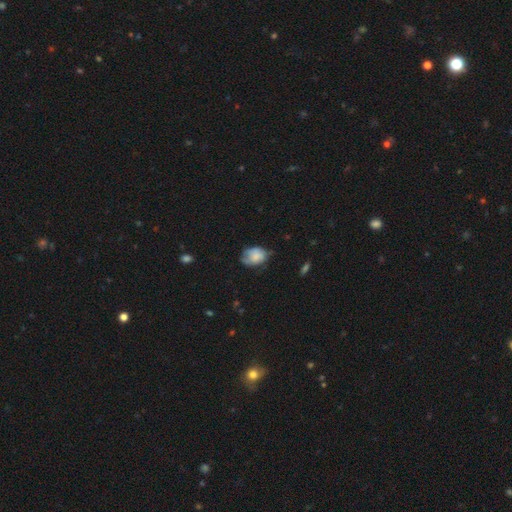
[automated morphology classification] Overall: smooth (65%; featured or disk 26%). How rounded: in between (65%; round 34%). Merging: none (46%; minor disturbance 37%).